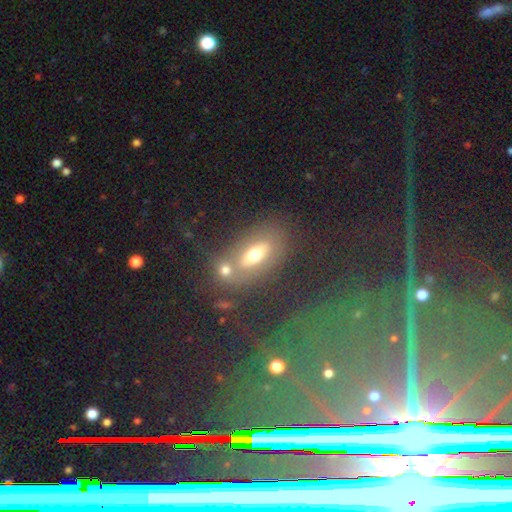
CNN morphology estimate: The model was most divided on "smooth or featured": smooth: 54%, featured or disk: 32%, star or artifact: 14%. More confident: how rounded — in between (78%); merging — none (56%).